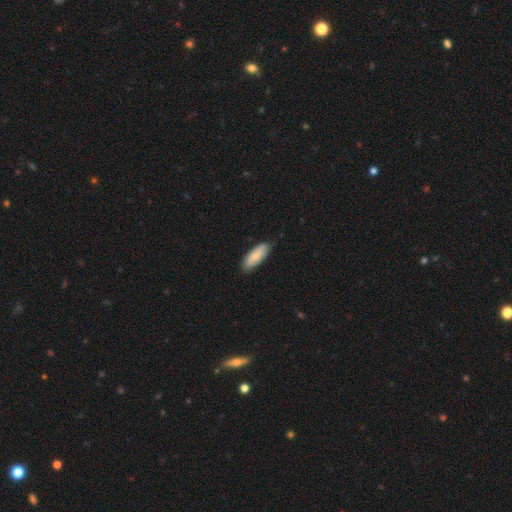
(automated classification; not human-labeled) The model was most divided on "how rounded": in between: 73%, cigar-shaped: 26%, round: 2%. More confident: merging — none (82%); smooth or featured — smooth (77%).